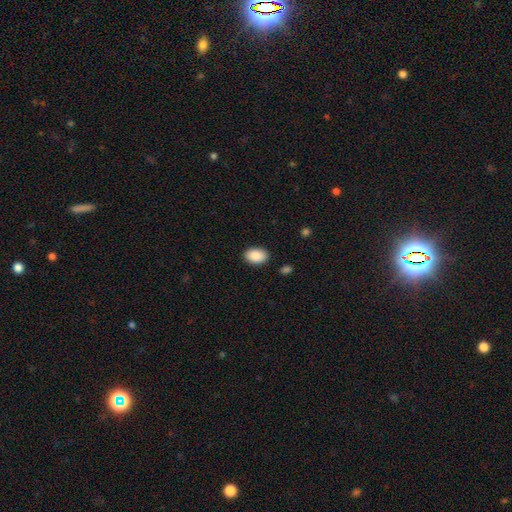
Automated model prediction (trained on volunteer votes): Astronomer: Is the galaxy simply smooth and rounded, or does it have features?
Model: smooth — 89%.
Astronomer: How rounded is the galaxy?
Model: in between — 85%.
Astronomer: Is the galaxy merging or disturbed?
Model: none — 88%.